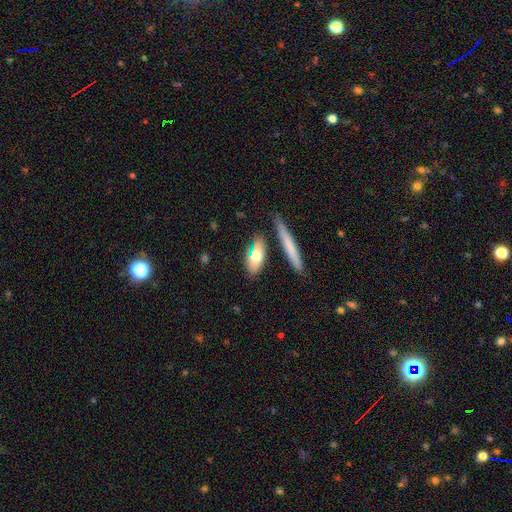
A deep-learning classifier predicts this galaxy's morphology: Smooth or featured?
  - smooth: 68% *
  - featured or disk: 25%
  - star or artifact: 7%
How rounded?
  - in between: 66% *
  - cigar-shaped: 28%
  - round: 5%
Merging?
  - none: 70% *
  - minor disturbance: 16%
  - merger: 10%
  - major disturbance: 5%